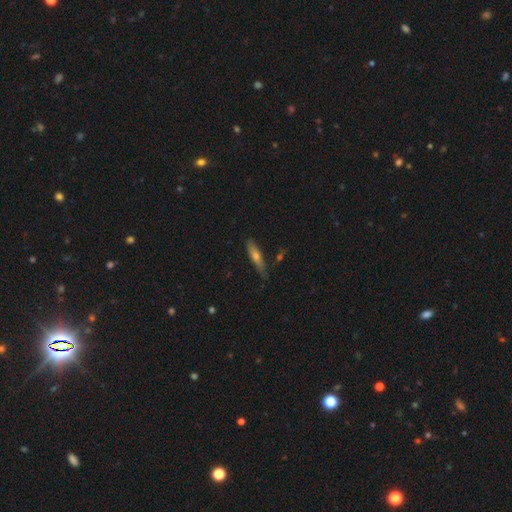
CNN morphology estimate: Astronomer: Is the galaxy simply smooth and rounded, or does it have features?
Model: smooth — 48% (runner-up: featured or disk, 44%).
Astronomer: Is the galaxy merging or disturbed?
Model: none — 77%.